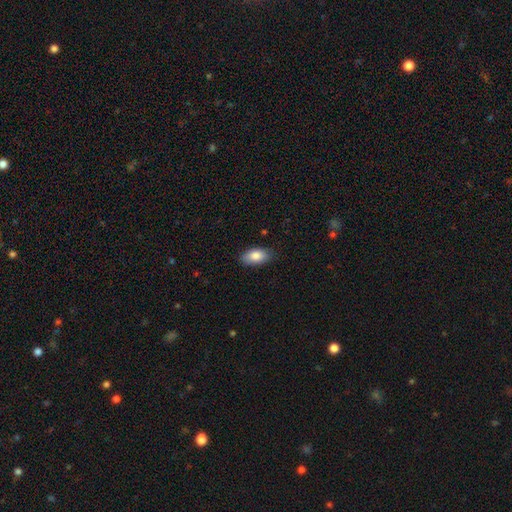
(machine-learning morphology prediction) Smooth or featured: smooth — 85% (featured or disk — 8%)
How rounded: in between — 93% (round — 4%)
Merging: none — 85% (minor disturbance — 12%)